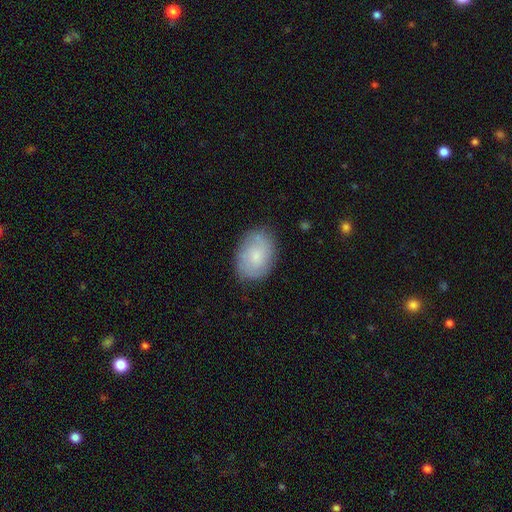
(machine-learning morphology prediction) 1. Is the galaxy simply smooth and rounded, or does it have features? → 54% smooth, 38% featured or disk, 7% star or artifact.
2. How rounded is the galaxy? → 74% in between, 25% round, 1% cigar-shaped.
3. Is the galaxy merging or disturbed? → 78% none, 17% minor disturbance, 4% major disturbance, 1% merger.